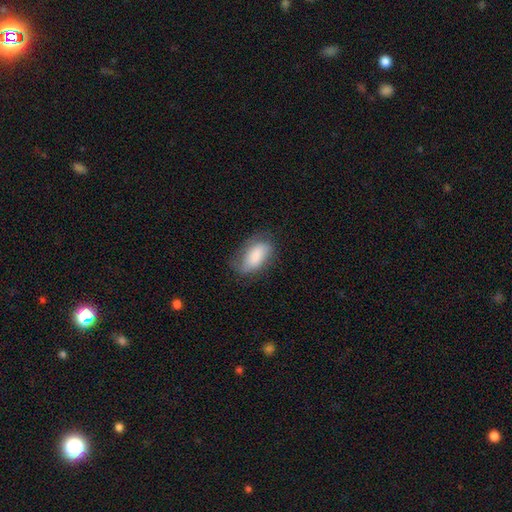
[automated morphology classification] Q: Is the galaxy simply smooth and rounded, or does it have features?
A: smooth — 71%.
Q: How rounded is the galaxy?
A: in between — 91%.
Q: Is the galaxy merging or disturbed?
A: none — 58%.